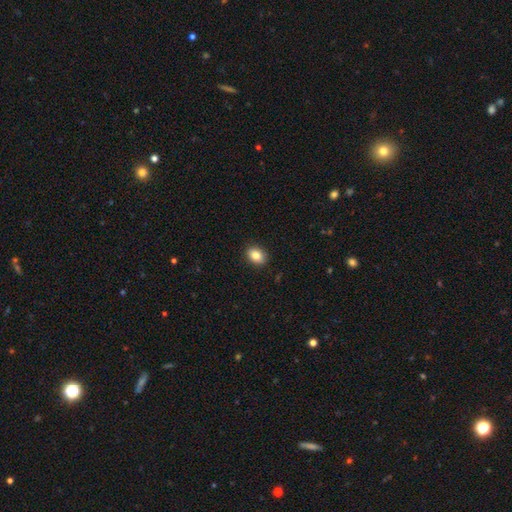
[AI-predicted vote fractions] Smooth or featured?
  - smooth: 85% *
  - star or artifact: 9%
  - featured or disk: 7%
How rounded?
  - in between: 70% *
  - round: 29%
  - cigar-shaped: 1%
Merging?
  - none: 90% *
  - minor disturbance: 7%
  - major disturbance: 2%
  - merger: 1%